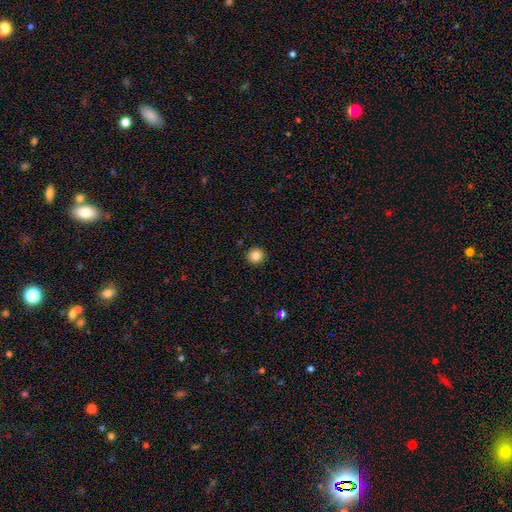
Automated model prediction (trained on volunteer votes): The model was most divided on "smooth or featured": smooth: 85%, star or artifact: 10%, featured or disk: 5%. More confident: how rounded — round (94%); merging — none (93%).